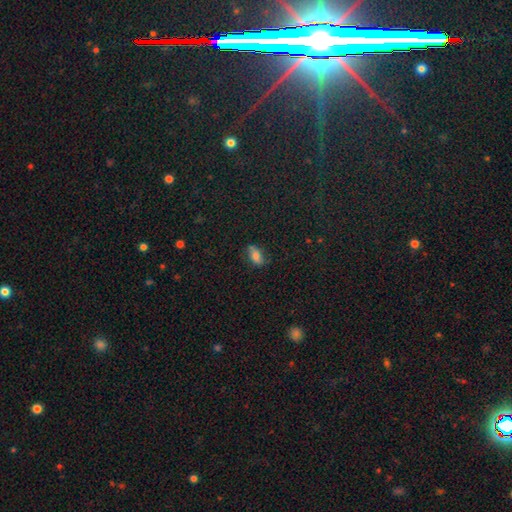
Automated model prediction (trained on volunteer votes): smooth_or_featured: smooth (p=0.67) [alt: featured or disk p=0.19]
how_rounded: in between (p=0.85) [alt: round p=0.10]
merging: none (p=0.66) [alt: minor disturbance p=0.22]